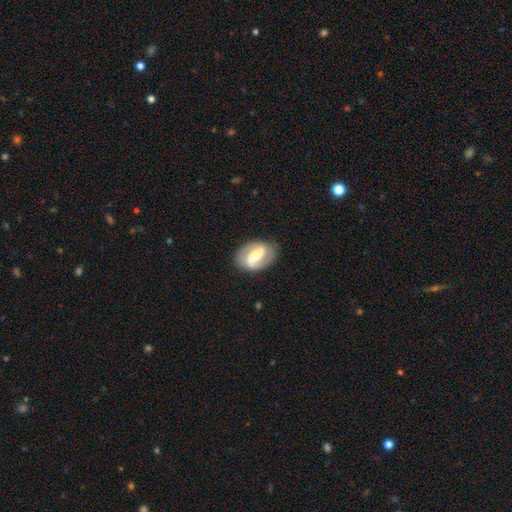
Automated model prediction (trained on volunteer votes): Smooth or featured?
  - featured or disk: 78% *
  - smooth: 17%
  - star or artifact: 5%
Edge-on disk?
  - no: 96% *
  - yes: 4%
Bar?
  - strong: 63% *
  - weak: 26%
  - no: 10%
Spiral arms?
  - yes: 80% *
  - no: 20%
Spiral winding?
  - medium: 43% *
  - tight: 35%
  - loose: 22%
Spiral arm count?
  - 2: 88% *
  - can't tell: 6%
  - 1: 4%
  - 3: 1%
  - 4: 1%
  - more than 4: 1%
Bulge size?
  - moderate: 59% *
  - small: 31%
  - large: 7%
  - none: 1%
  - dominant: 1%
Merging?
  - none: 84% *
  - minor disturbance: 11%
  - major disturbance: 4%
  - merger: 1%